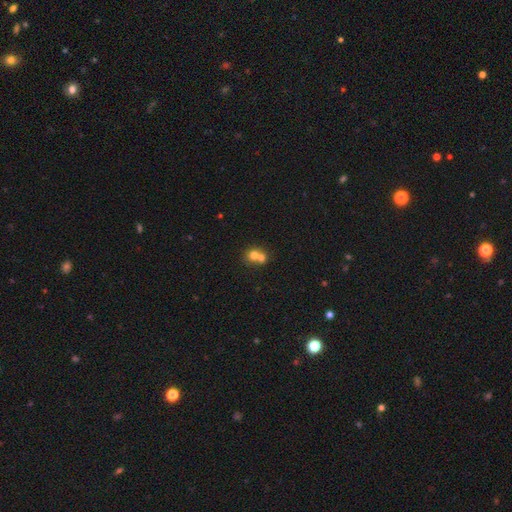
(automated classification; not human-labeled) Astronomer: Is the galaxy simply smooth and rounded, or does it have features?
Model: smooth — 70%.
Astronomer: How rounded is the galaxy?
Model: round — 75%.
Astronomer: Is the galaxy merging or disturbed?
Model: merger — 65%.